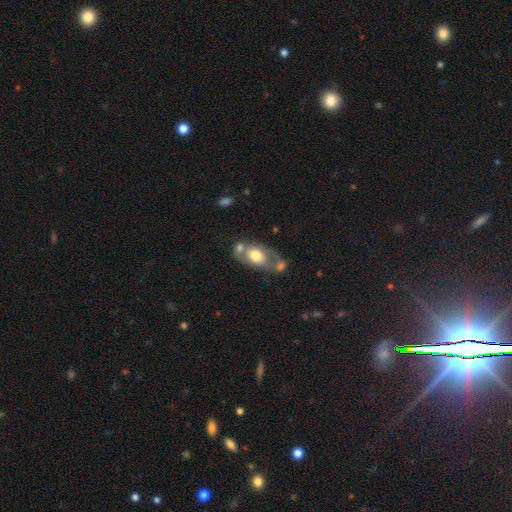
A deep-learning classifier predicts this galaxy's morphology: A smooth galaxy with no disk features (49%).

Vote fractions:
- Smooth or featured? smooth: 49% / featured or disk: 44% / star or artifact: 7%
- Merging? merger: 39% / none: 33% / minor disturbance: 18% / major disturbance: 10%